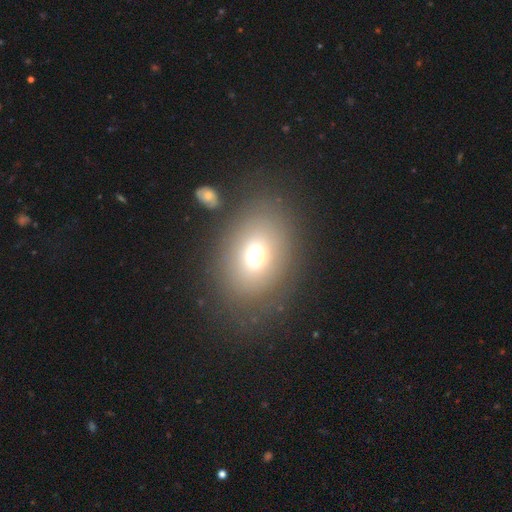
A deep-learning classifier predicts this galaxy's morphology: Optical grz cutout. It shows a smooth galaxy with no disk features (69%) that is in between round and cigar-shaped (71%). Merging: none (76%).